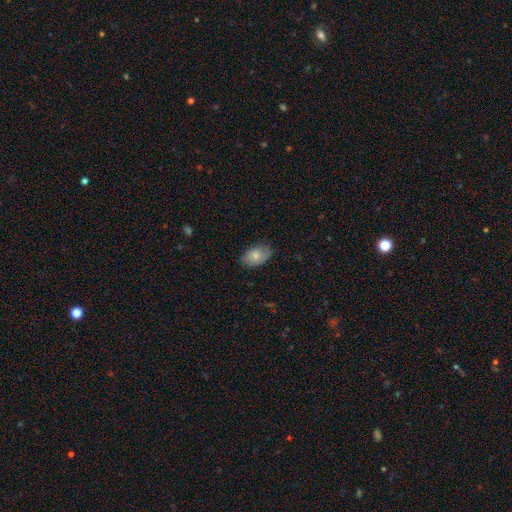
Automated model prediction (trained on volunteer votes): This appears to be a smooth galaxy with no disk features (74%) that is in between round and cigar-shaped (90%). Merging: none (74%).